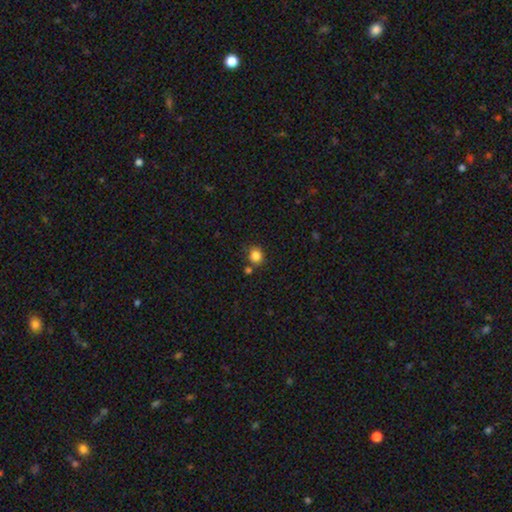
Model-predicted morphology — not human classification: This is clearly a smooth galaxy (84%). How rounded: clearly round (81%). Merging: likely none (74%).